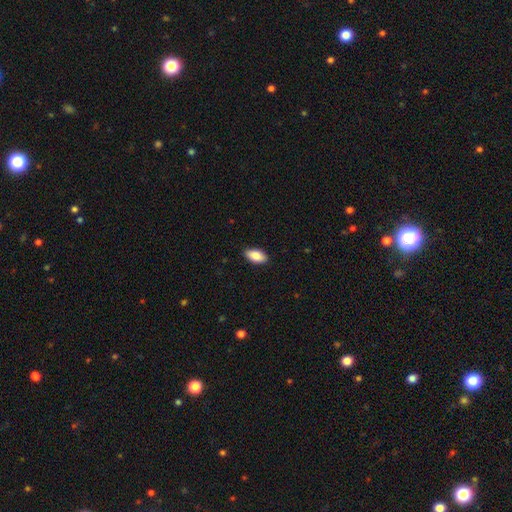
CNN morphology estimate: Smooth or featured: smooth — 85% (featured or disk — 8%)
How rounded: in between — 92% (cigar-shaped — 5%)
Merging: none — 89% (minor disturbance — 8%)